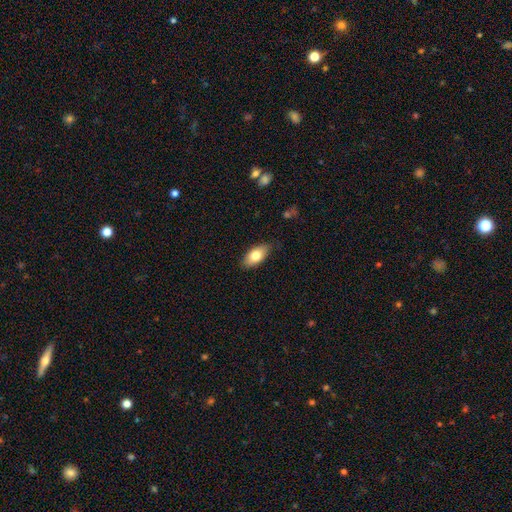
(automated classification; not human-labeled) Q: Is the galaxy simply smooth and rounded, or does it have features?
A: smooth — 77%.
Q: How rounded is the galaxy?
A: in between — 90%.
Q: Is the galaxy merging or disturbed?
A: none — 85%.